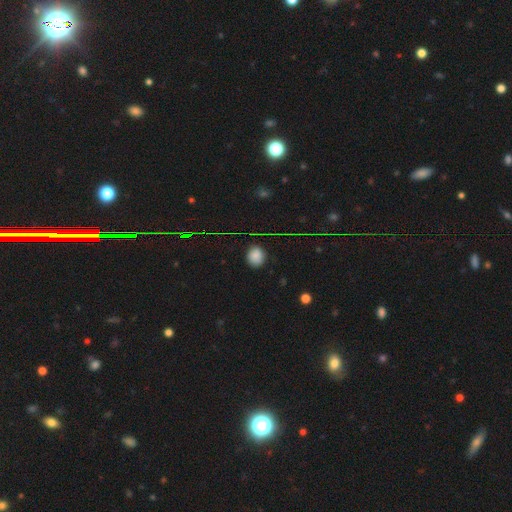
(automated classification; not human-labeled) Morphology: type=smooth (80%); roundness=round (64%); merging=none (80%).